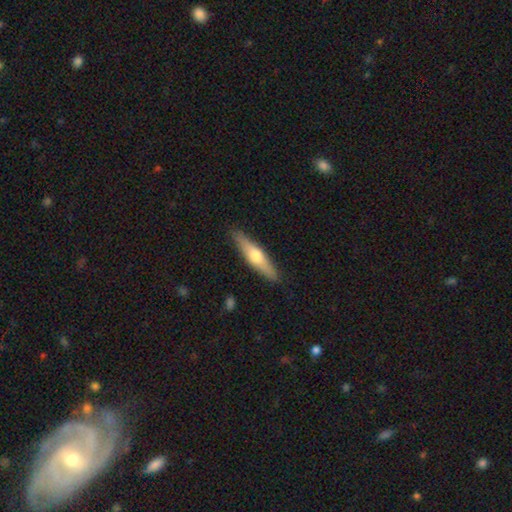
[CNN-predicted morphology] This is possibly a smooth galaxy (48%). Merging: clearly none (89%).